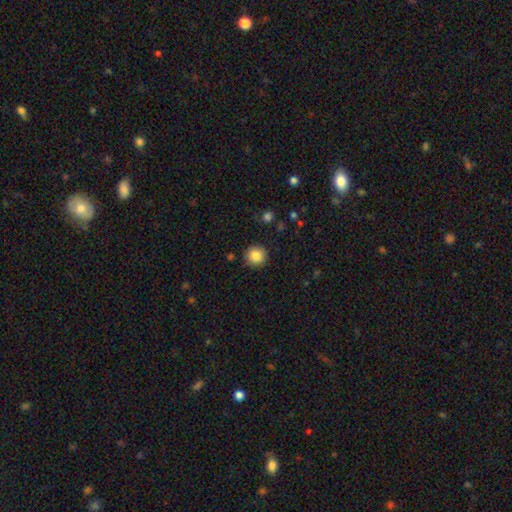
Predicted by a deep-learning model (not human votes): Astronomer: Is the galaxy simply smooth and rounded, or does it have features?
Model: smooth — 86%.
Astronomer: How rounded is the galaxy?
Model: round — 94%.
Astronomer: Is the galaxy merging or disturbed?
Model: none — 89%.